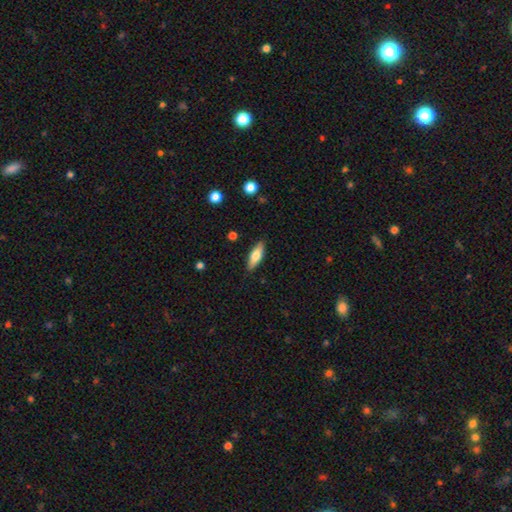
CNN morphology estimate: smooth-or-featured: smooth: 68% | featured or disk: 25% | star or artifact: 6%
  how-rounded: in between: 59% | cigar-shaped: 39% | round: 2%
  merging: none: 87% | minor disturbance: 9% | major disturbance: 2% | merger: 1%